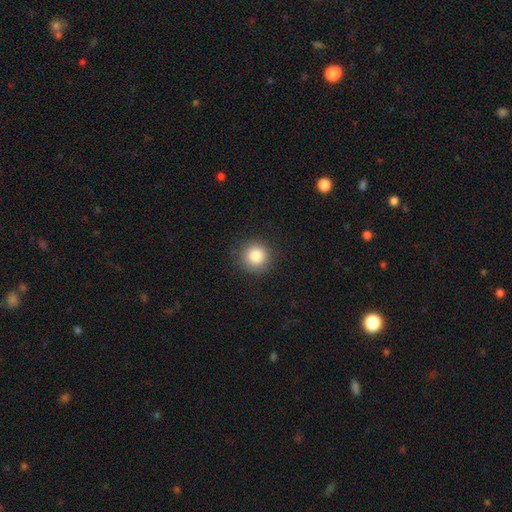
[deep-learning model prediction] Q: Smooth or featured?
A: smooth (85%); runner-up: star or artifact (10%)
Q: How rounded?
A: round (94%); runner-up: in between (5%)
Q: Merging?
A: none (90%); runner-up: minor disturbance (7%)